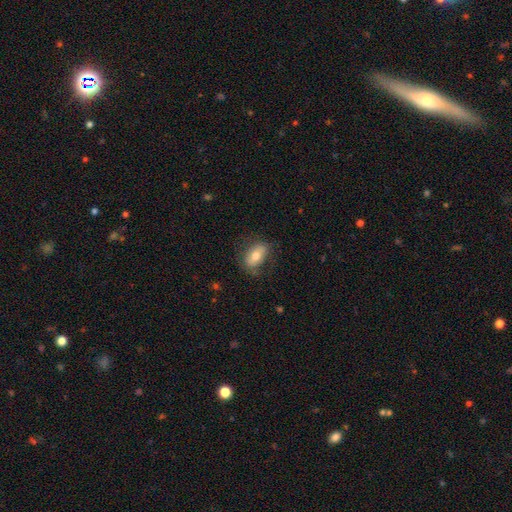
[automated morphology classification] Smooth or featured?
  - smooth: 66% *
  - featured or disk: 26%
  - star or artifact: 7%
How rounded?
  - in between: 87% *
  - round: 9%
  - cigar-shaped: 4%
Merging?
  - none: 73% *
  - minor disturbance: 19%
  - major disturbance: 7%
  - merger: 1%